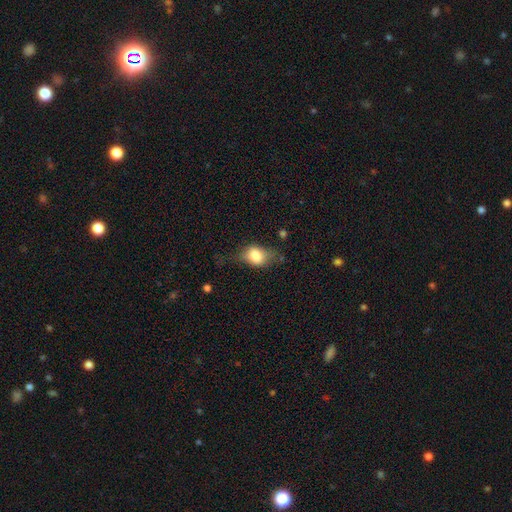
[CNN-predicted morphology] smooth_or_featured: smooth (p=0.70) [alt: featured or disk p=0.22]
how_rounded: in between (p=0.72) [alt: round p=0.25]
merging: none (p=0.50) [alt: minor disturbance p=0.29]